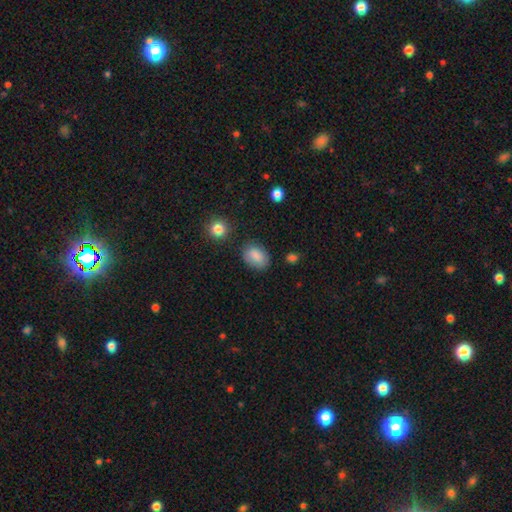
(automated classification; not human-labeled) Smooth or featured? Predicted: smooth (p=0.84). How rounded? Predicted: in between (p=0.79). Merging? Predicted: none (p=0.74).